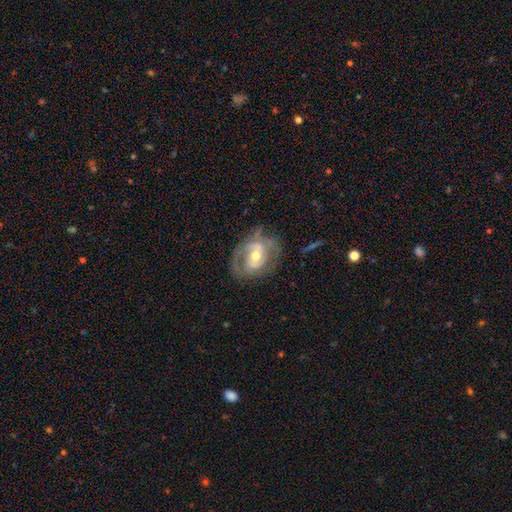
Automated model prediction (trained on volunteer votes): Q: Smooth or featured?
A: featured or disk (73%); runner-up: smooth (21%)
Q: Edge-on disk?
A: no (95%); runner-up: yes (5%)
Q: Bar?
A: no (49%); runner-up: weak (35%)
Q: Spiral arms?
A: yes (69%); runner-up: no (31%)
Q: Bulge size?
A: moderate (66%); runner-up: small (26%)
Q: Merging?
A: none (57%); runner-up: minor disturbance (24%)